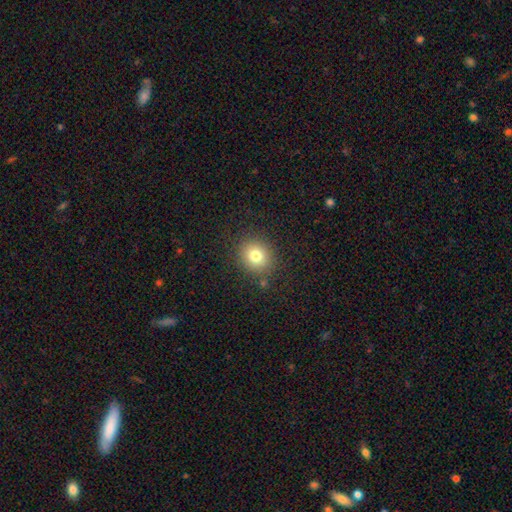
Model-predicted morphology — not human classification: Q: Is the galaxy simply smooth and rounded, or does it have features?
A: smooth — 78%.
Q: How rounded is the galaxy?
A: round — 83%.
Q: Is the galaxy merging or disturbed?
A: none — 86%.